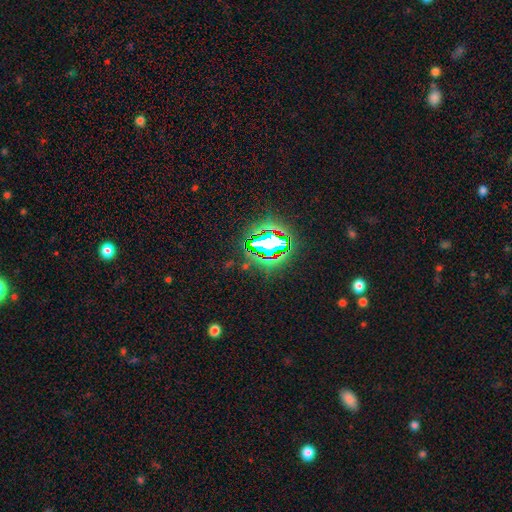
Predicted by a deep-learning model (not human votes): Overall: star or artifact (83%).